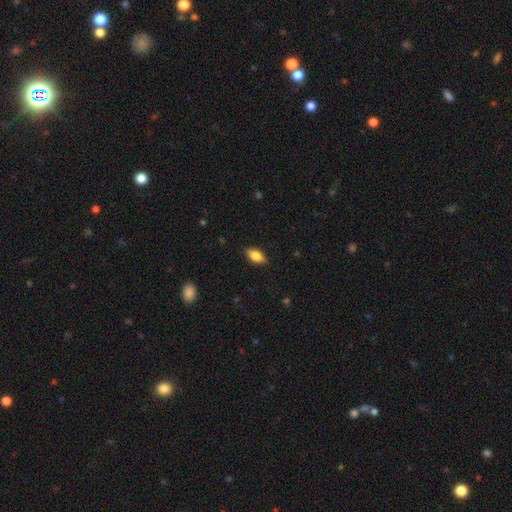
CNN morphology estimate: smooth-or-featured: smooth: 75% | featured or disk: 18% | star or artifact: 7%
  how-rounded: in between: 85% | cigar-shaped: 11% | round: 4%
  merging: none: 85% | minor disturbance: 11% | major disturbance: 2% | merger: 1%